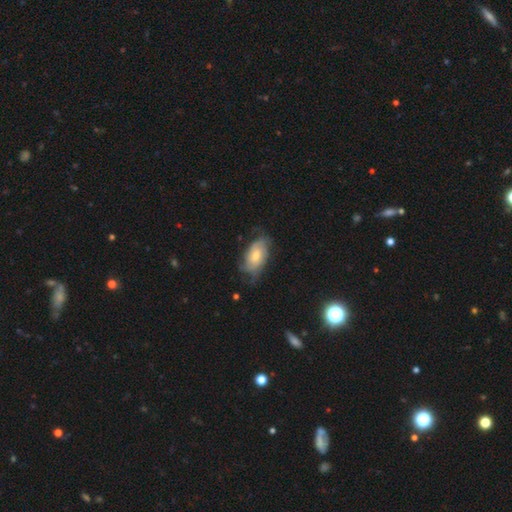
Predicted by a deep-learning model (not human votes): featured or disk 54%, smooth 40%, star or artifact 7%. Down the decision tree: edge-on disk — no (93%); bar — no (68%); spiral arms — yes (81%); bulge size — moderate (55%); merging — none (57%).